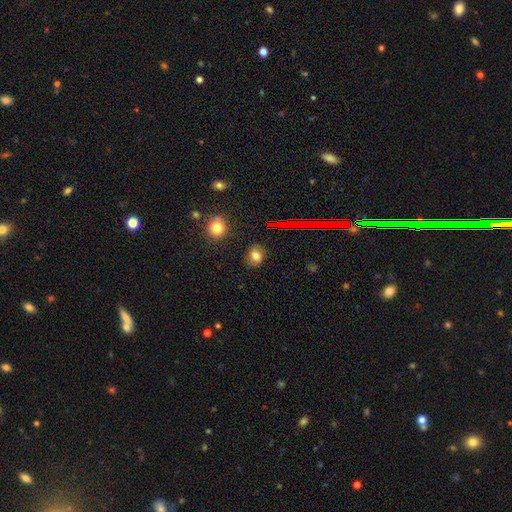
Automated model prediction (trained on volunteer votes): Smooth or featured? Predicted: smooth (p=0.76). How rounded? Predicted: round (p=0.58). Merging? Predicted: none (p=0.83).